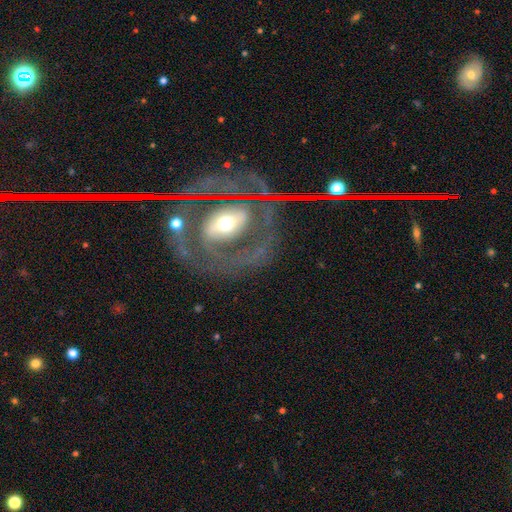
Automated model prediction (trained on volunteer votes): smooth-or-featured: featured or disk: 78% | smooth: 13% | star or artifact: 9%
  disk-edge-on: no: 93% | yes: 7%
    bar: no: 45% | strong: 28% | weak: 27%
    has-spiral-arms: yes: 67% | no: 33%
    bulge-size: moderate: 55% | small: 34% | large: 8% | dominant: 2% | none: 1%
  merging: none: 66% | minor disturbance: 16% | major disturbance: 14% | merger: 4%